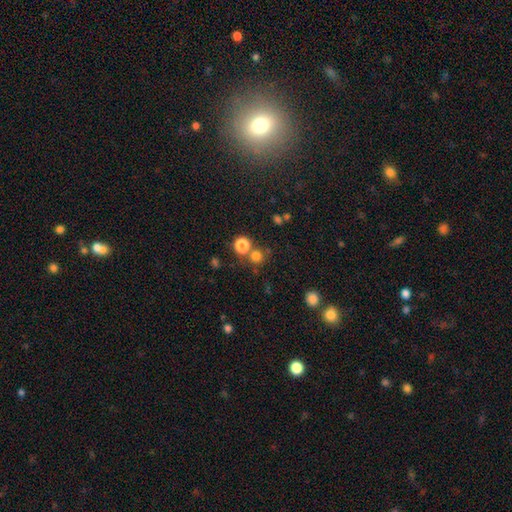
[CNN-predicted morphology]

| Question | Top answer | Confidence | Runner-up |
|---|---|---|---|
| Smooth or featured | smooth | 75% | star or artifact (19%) |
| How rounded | round | 90% | in between (9%) |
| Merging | none | 66% | merger (23%) |